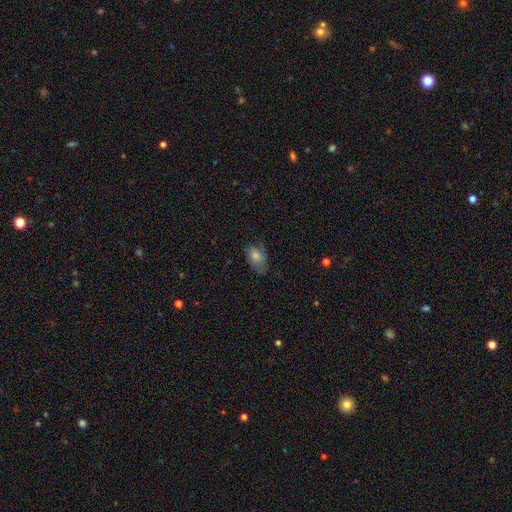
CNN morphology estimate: Smooth or featured? Predicted: smooth (p=0.54). How rounded? Predicted: in between (p=0.86). Merging? Predicted: none (p=0.63).